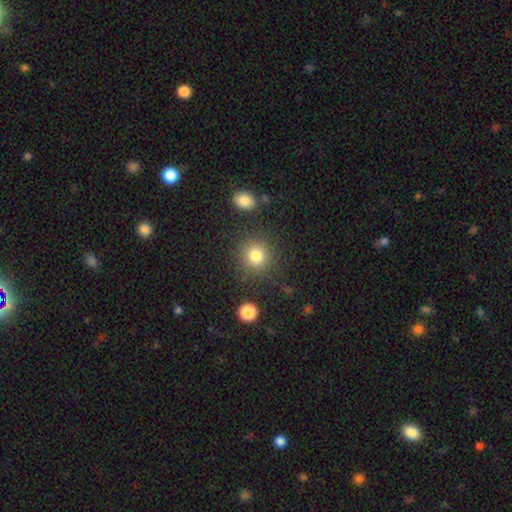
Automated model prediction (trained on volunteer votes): Overall: smooth (82%). How rounded: round (91%). Merging: none (84%).